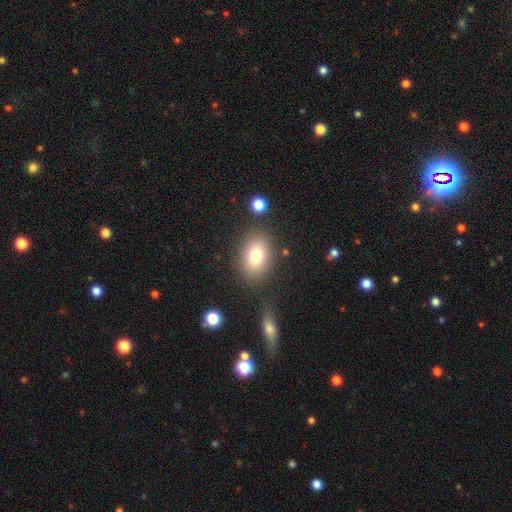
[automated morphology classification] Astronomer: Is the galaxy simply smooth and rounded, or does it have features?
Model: smooth — 77%.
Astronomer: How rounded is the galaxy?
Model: in between — 70%.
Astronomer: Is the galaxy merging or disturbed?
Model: none — 80%.